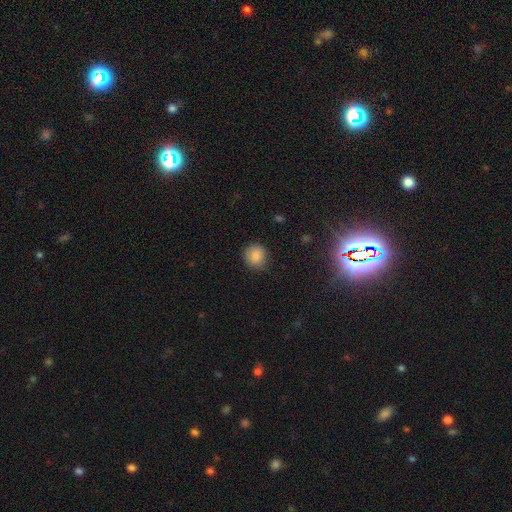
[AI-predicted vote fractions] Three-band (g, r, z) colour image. It shows a smooth galaxy with no disk features (86%) that is round (89%). Merging: none (85%).